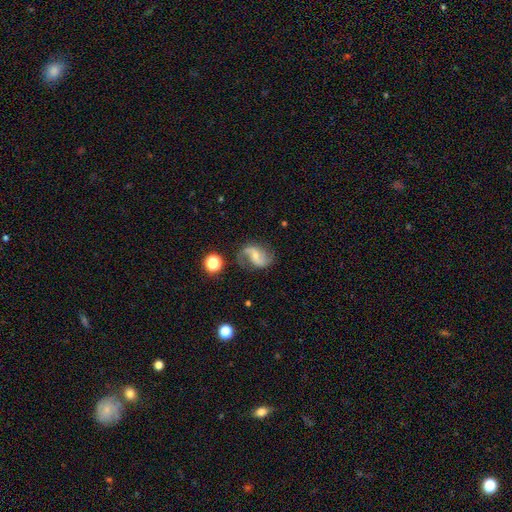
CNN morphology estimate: smooth_or_featured: featured or disk (p=0.84) [alt: smooth p=0.09]
disk_edge_on: no (p=0.98) [alt: yes p=0.02]
bar: weak (p=0.42) [alt: no p=0.39]
has_spiral_arms: yes (p=0.96) [alt: no p=0.04]
spiral_winding: loose (p=0.57) [alt: medium p=0.34]
spiral_arm_count: 2 (p=0.91) [alt: can't tell p=0.03]
bulge_size: small (p=0.56) [alt: moderate p=0.36]
merging: none (p=0.73) [alt: minor disturbance p=0.16]